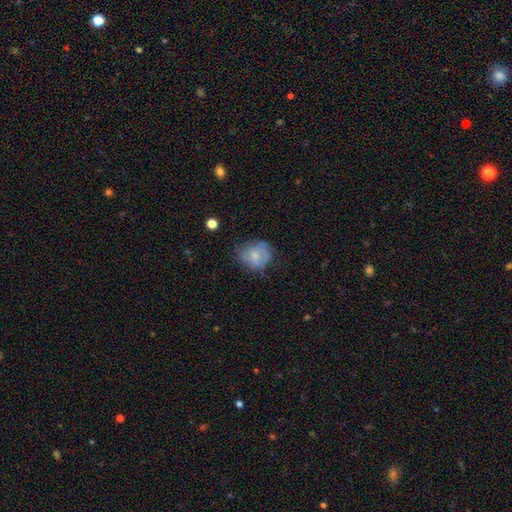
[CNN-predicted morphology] Q: Smooth or featured?
A: smooth (61%); runner-up: featured or disk (30%)
Q: How rounded?
A: round (72%); runner-up: in between (27%)
Q: Merging?
A: none (54%); runner-up: minor disturbance (30%)